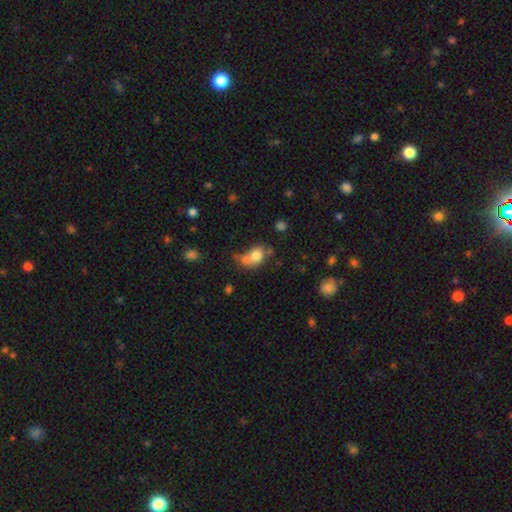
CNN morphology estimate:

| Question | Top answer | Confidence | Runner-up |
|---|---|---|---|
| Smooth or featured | smooth | 75% | featured or disk (15%) |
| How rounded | in between | 53% | round (46%) |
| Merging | merger | 38% | none (36%) |